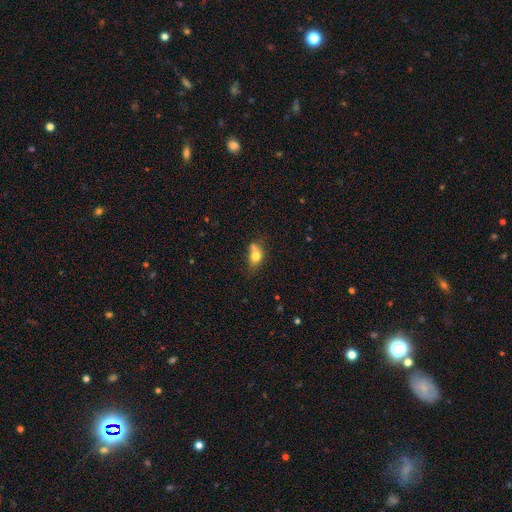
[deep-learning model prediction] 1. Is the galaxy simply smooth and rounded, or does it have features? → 74% smooth, 16% featured or disk, 10% star or artifact.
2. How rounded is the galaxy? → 67% in between, 29% round, 3% cigar-shaped.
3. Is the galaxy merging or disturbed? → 38% none, 28% merger, 24% minor disturbance, 10% major disturbance.